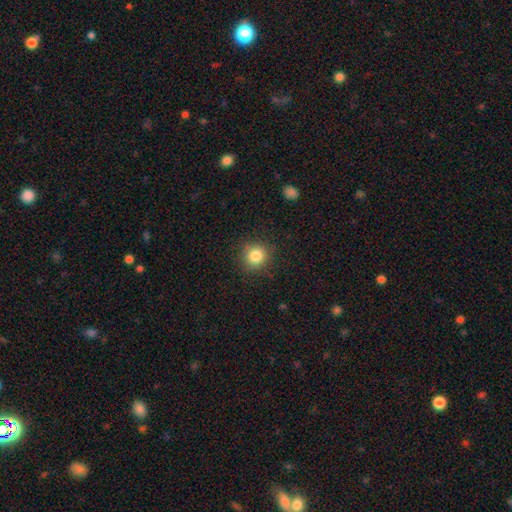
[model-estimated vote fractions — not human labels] smooth 83%, star or artifact 11%, featured or disk 6%. Down the decision tree: how rounded — round (89%); merging — none (86%).